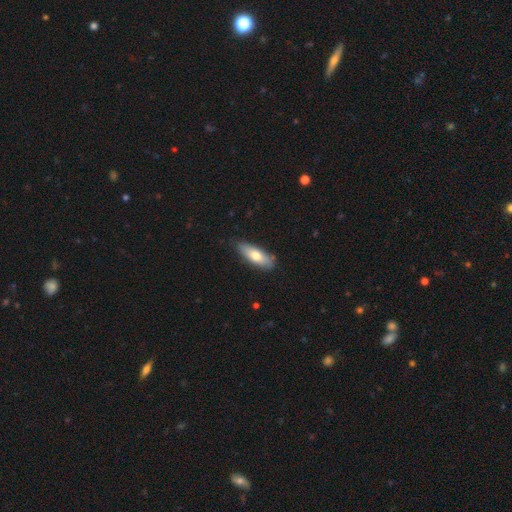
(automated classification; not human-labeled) smooth-or-featured: smooth: 69% | featured or disk: 25% | star or artifact: 6%
  how-rounded: in between: 61% | cigar-shaped: 36% | round: 2%
  merging: none: 79% | minor disturbance: 17% | major disturbance: 3% | merger: 2%